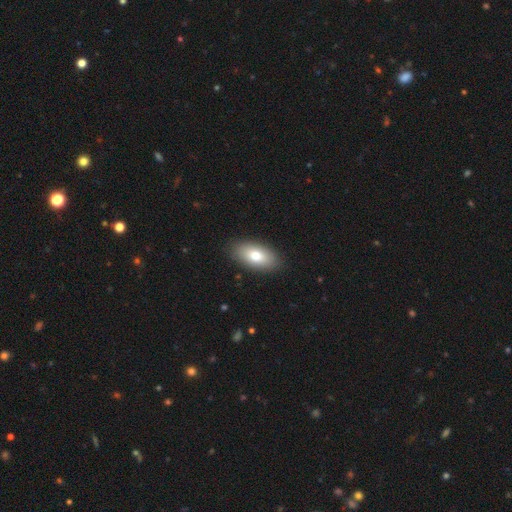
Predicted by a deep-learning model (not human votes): smooth 75%, featured or disk 18%, star or artifact 7%. Down the decision tree: how rounded — in between (92%); merging — none (88%).